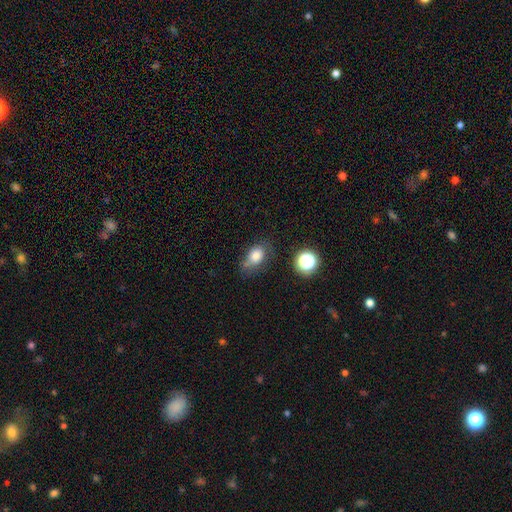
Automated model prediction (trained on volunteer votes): smooth 77%, star or artifact 12%, featured or disk 11%. Down the decision tree: how rounded — in between (75%); merging — none (56%).